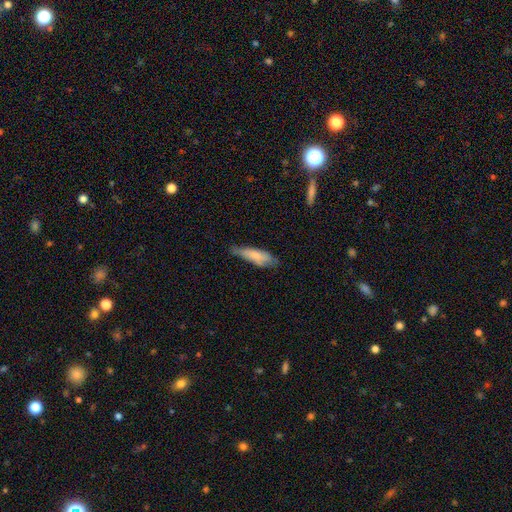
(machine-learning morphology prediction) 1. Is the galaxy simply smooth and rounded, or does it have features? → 74% smooth, 20% featured or disk, 6% star or artifact.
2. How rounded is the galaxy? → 53% cigar-shaped, 45% in between, 2% round.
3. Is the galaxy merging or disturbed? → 52% none, 36% minor disturbance, 9% major disturbance, 2% merger.